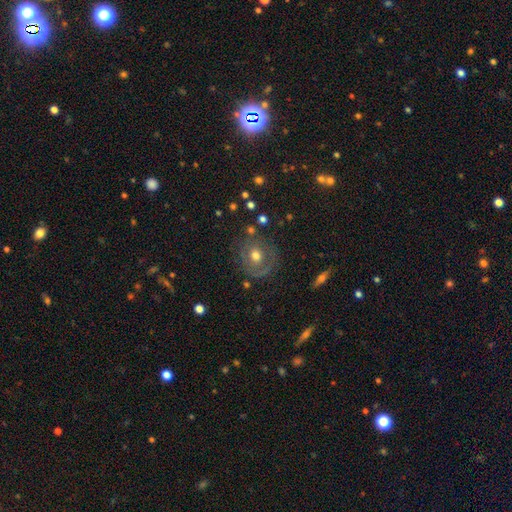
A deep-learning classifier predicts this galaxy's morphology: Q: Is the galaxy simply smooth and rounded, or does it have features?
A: smooth — 45%, tied with featured or disk.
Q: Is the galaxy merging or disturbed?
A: none — 73%.